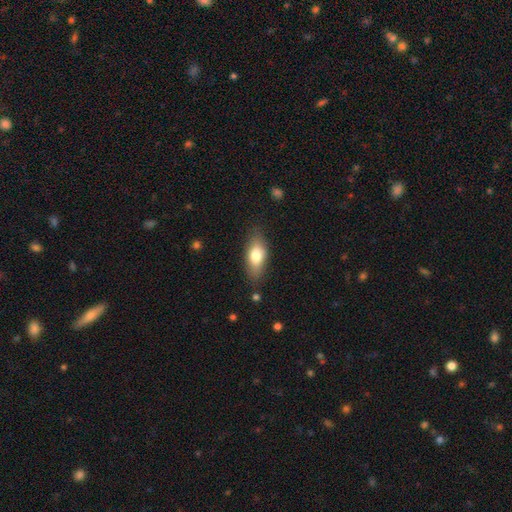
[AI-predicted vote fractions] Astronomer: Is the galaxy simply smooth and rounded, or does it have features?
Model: smooth — 76%.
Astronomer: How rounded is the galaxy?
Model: in between — 80%.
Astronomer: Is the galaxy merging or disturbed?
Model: none — 80%.